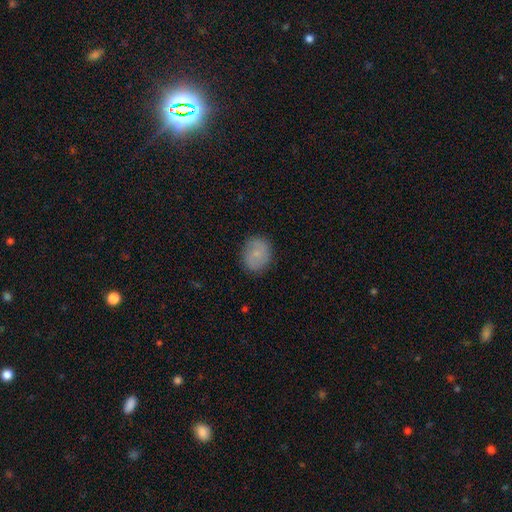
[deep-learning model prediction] Overall: smooth (67%). How rounded: round (69%; in between 30%). Merging: none (83%).